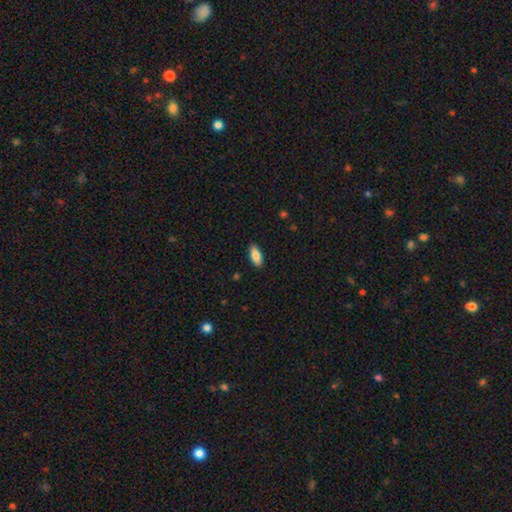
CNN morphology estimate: smooth-or-featured: smooth: 87% | featured or disk: 7% | star or artifact: 6%
  how-rounded: in between: 83% | cigar-shaped: 15% | round: 2%
  merging: none: 89% | minor disturbance: 8% | major disturbance: 2% | merger: 1%